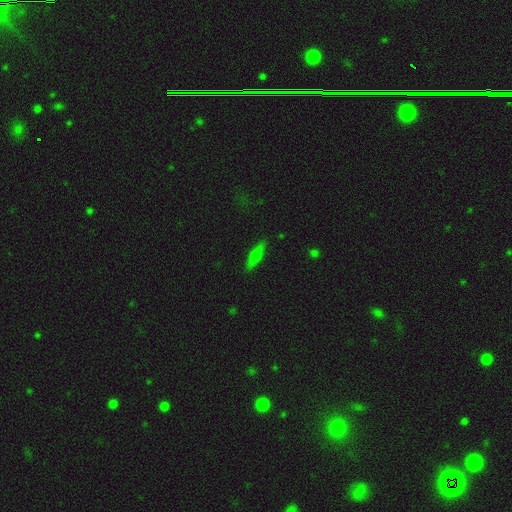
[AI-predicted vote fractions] Smooth or featured? Predicted: smooth (p=0.47). Merging? Predicted: none (p=0.87).